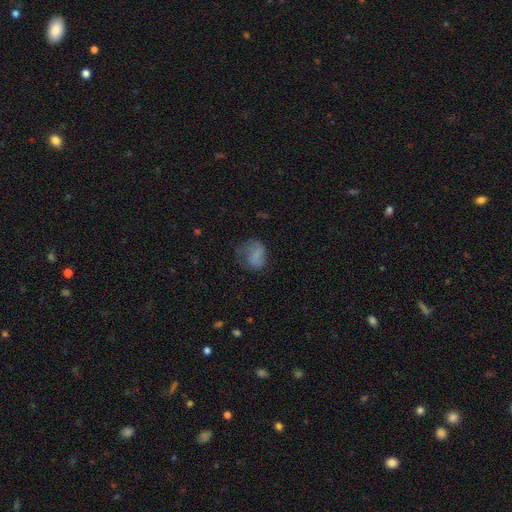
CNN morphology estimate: Smooth or featured? smooth (69%)
How rounded? in between (52%)
Merging? none (34%, tied with major disturbance)